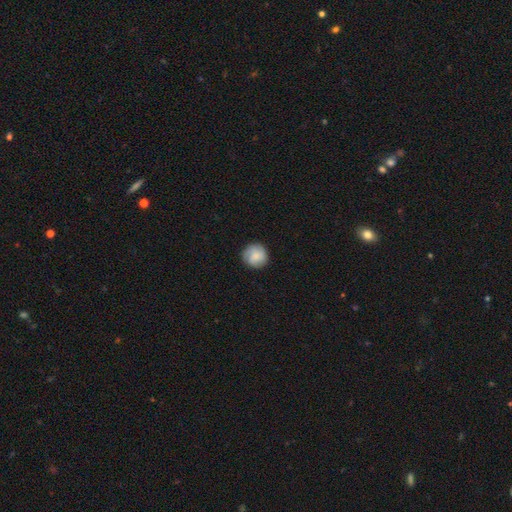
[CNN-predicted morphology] This appears to be a smooth galaxy with no disk features (67%) that is round (92%). Merging: none (83%).